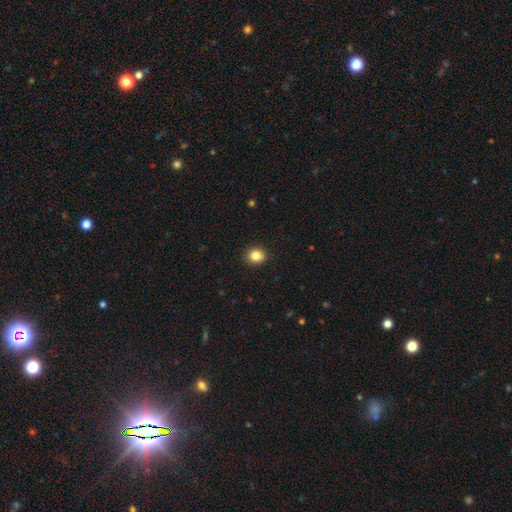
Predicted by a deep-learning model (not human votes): This is clearly a smooth galaxy (84%). How rounded: likely round (75%). Merging: clearly none (91%).